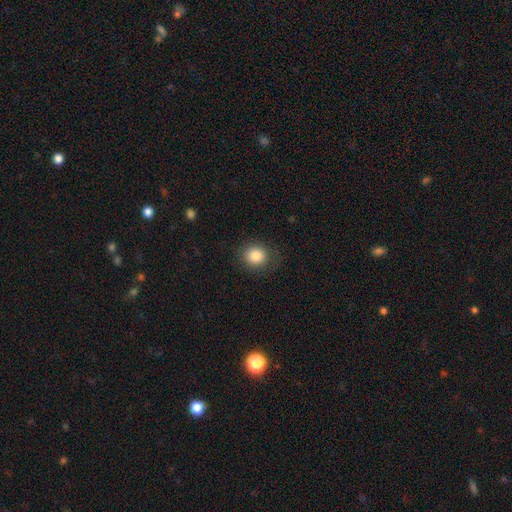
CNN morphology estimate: The model was most divided on "how rounded": round: 79%, in between: 20%, cigar-shaped: 1%. More confident: smooth or featured — smooth (85%); merging — none (84%).